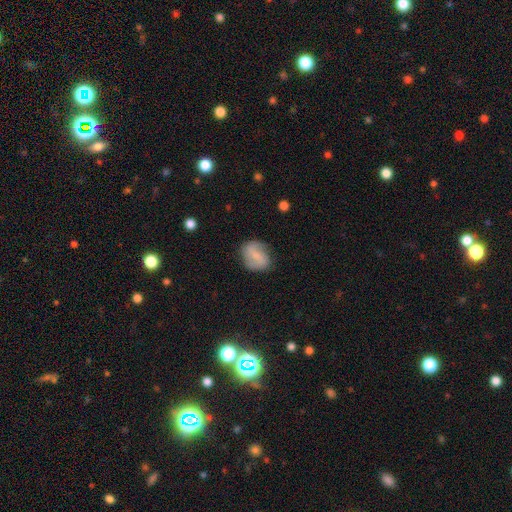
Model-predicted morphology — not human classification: Smooth or featured: featured or disk — 48% (smooth — 45%)
Merging: none — 73% (minor disturbance — 19%)